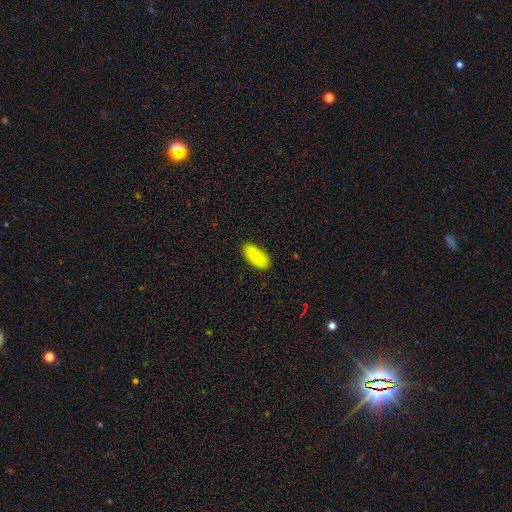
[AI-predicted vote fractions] Morphology: type=smooth (81%); roundness=in between (84%); merging=none (82%).